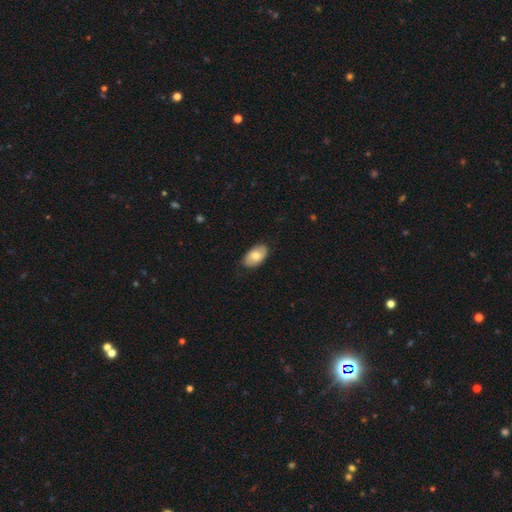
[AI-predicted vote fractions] smooth-or-featured: smooth: 73% | featured or disk: 22% | star or artifact: 6%
  how-rounded: in between: 94% | round: 4% | cigar-shaped: 1%
  merging: none: 83% | minor disturbance: 14% | major disturbance: 2% | merger: 1%